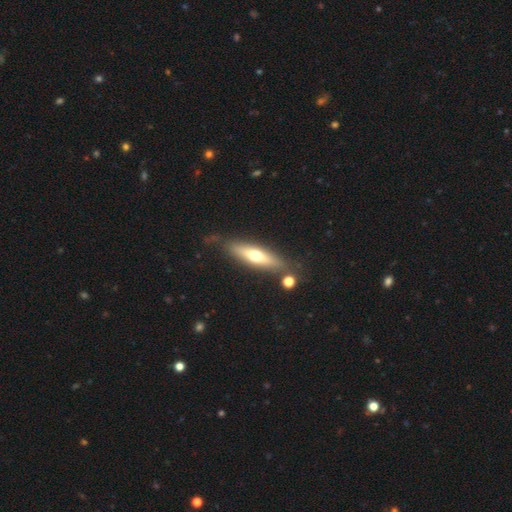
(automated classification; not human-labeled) Morphology: type=smooth (51%); roundness=cigar-shaped (66%); merging=none (76%).